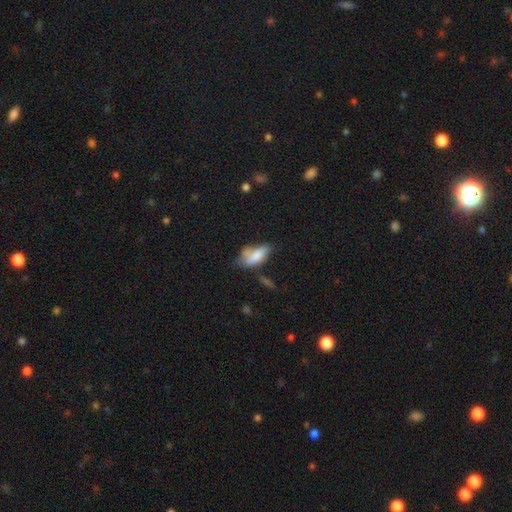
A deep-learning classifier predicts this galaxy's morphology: type=smooth (66%); roundness=in between (83%); merging=none (33%).